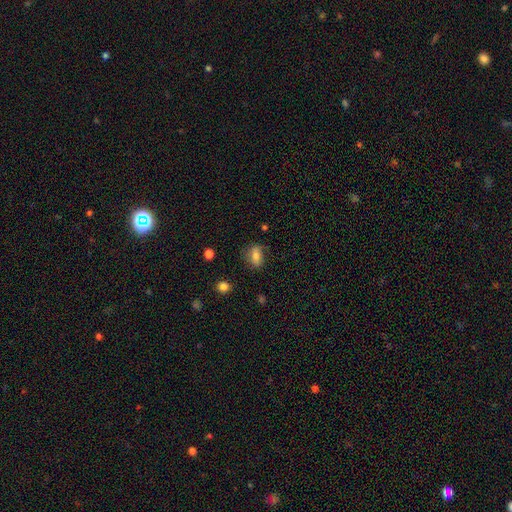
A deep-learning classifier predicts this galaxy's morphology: Smooth or featured?
  - smooth: 67% *
  - featured or disk: 23%
  - star or artifact: 10%
How rounded?
  - in between: 74% *
  - round: 21%
  - cigar-shaped: 5%
Merging?
  - none: 68% *
  - minor disturbance: 22%
  - major disturbance: 8%
  - merger: 2%